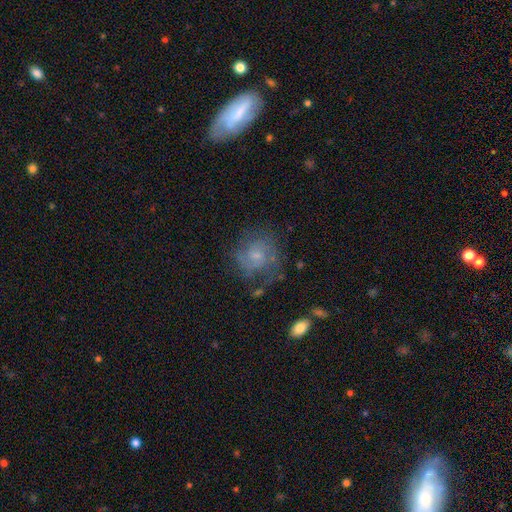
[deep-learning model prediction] This appears to be a featured or disk galaxy (61%) with no bar (61%), spiral arms (82%) and a small central bulge (56%). Merging: none (60%).